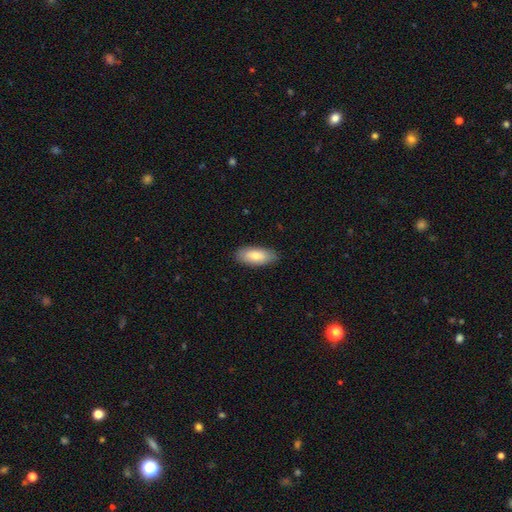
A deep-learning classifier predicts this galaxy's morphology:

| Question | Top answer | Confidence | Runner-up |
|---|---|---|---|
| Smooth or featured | smooth | 80% | featured or disk (15%) |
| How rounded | in between | 88% | cigar-shaped (10%) |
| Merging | none | 85% | minor disturbance (11%) |